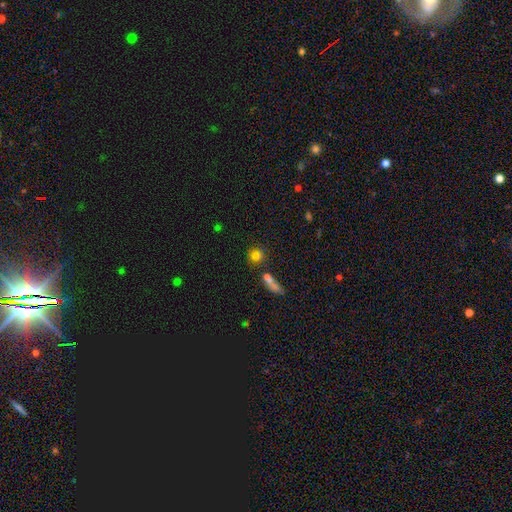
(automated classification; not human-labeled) smooth 70%, star or artifact 18%, featured or disk 11%. Down the decision tree: how rounded — round (83%); merging — none (64%).